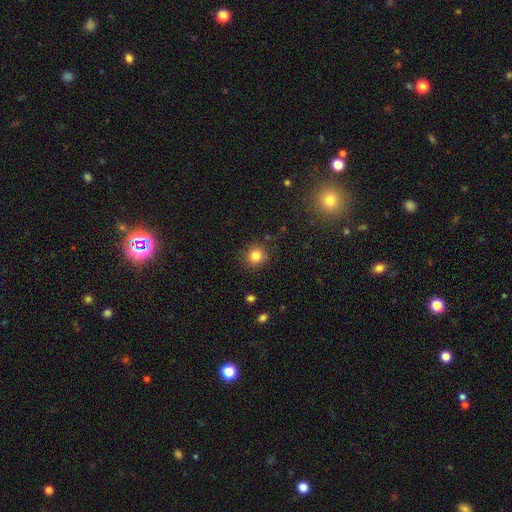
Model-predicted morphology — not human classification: Smooth or featured: smooth — 82% (star or artifact — 12%)
How rounded: round — 91% (in between — 8%)
Merging: none — 87% (minor disturbance — 9%)